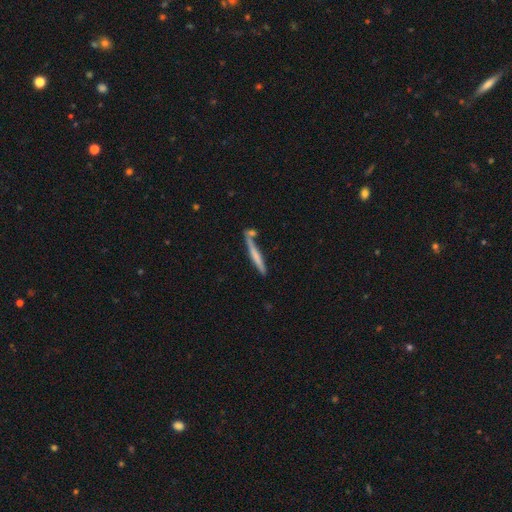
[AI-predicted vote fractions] The model was most divided on "smooth or featured": smooth: 56%, featured or disk: 38%, star or artifact: 6%. More confident: how rounded — cigar-shaped (95%); merging — none (65%).